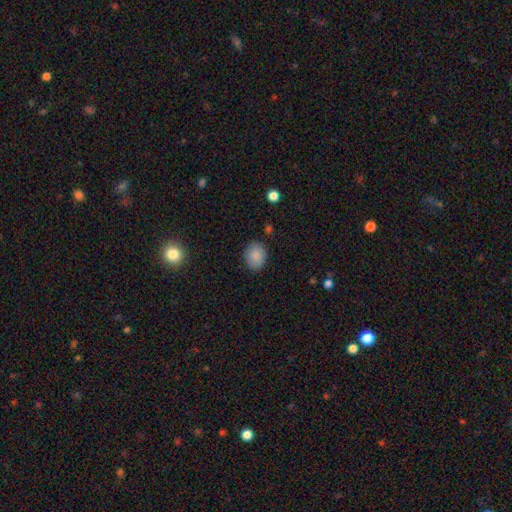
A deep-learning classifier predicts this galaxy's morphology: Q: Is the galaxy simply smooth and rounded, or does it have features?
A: smooth — 86%.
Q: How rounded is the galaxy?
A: in between — 57%.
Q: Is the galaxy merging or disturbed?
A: none — 85%.